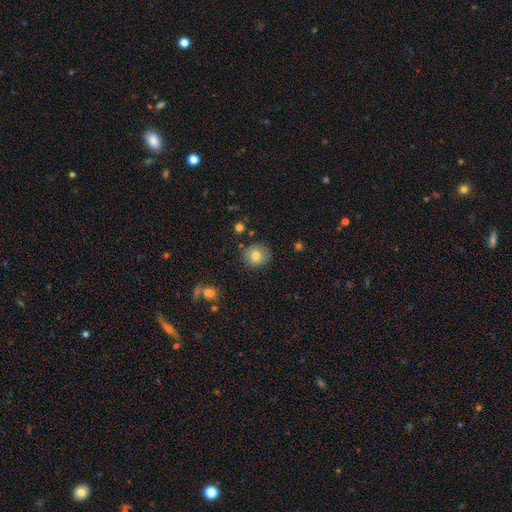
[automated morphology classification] The model was most divided on "smooth or featured": smooth: 80%, star or artifact: 10%, featured or disk: 10%. More confident: how rounded — round (87%); merging — none (85%).